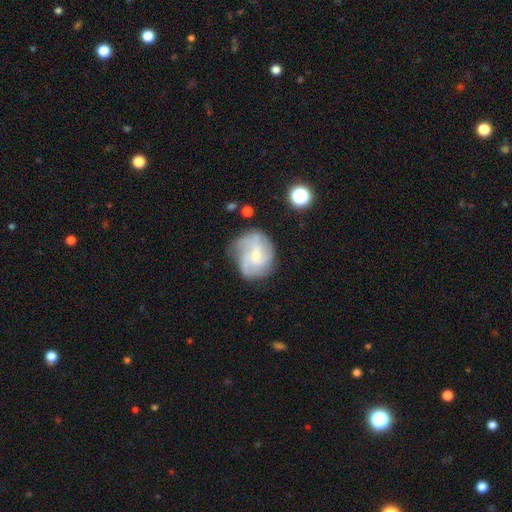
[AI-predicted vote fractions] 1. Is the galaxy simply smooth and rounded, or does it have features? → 72% featured or disk, 20% smooth, 8% star or artifact.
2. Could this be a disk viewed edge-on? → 97% no, 3% yes.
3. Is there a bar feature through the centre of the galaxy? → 56% no, 37% weak, 7% strong.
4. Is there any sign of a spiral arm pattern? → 88% yes, 12% no.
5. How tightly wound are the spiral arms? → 44% medium, 31% tight, 25% loose.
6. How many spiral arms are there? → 33% 3, 25% can't tell, 17% 4, 16% 2, 4% 1, 4% more than 4.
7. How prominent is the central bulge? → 61% small, 35% moderate, 2% none, 1% large, 1% dominant.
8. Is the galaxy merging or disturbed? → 60% none, 24% minor disturbance, 13% major disturbance, 3% merger.